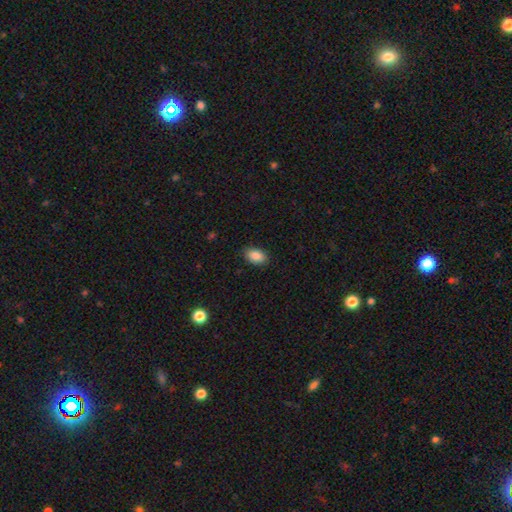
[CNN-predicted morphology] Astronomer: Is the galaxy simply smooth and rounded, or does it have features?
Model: smooth — 88%.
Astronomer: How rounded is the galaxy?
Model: in between — 90%.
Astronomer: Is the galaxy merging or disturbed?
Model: none — 86%.